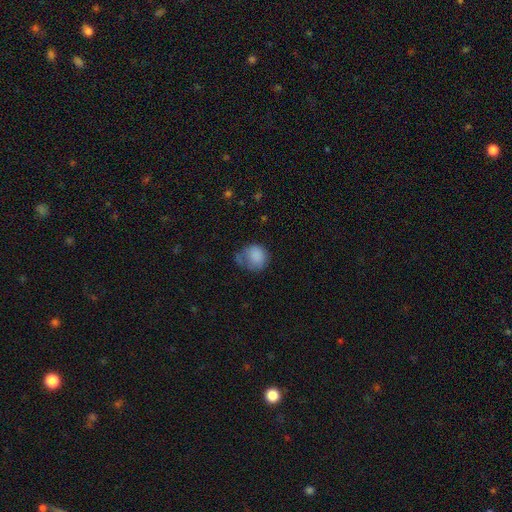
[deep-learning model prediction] Smooth or featured?
  - smooth: 82% *
  - featured or disk: 9%
  - star or artifact: 9%
How rounded?
  - round: 77% *
  - in between: 22%
  - cigar-shaped: 1%
Merging?
  - none: 42% *
  - minor disturbance: 30%
  - major disturbance: 22%
  - merger: 6%